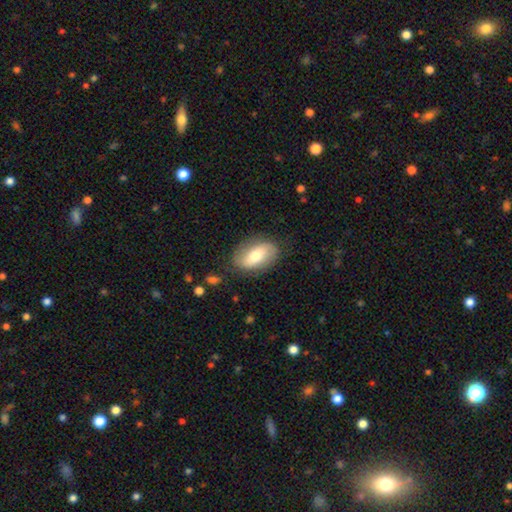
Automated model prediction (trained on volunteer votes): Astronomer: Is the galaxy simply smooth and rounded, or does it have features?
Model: smooth — 56% (runner-up: featured or disk, 38%).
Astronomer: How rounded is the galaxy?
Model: in between — 90%.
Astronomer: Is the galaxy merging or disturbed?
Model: none — 78%.